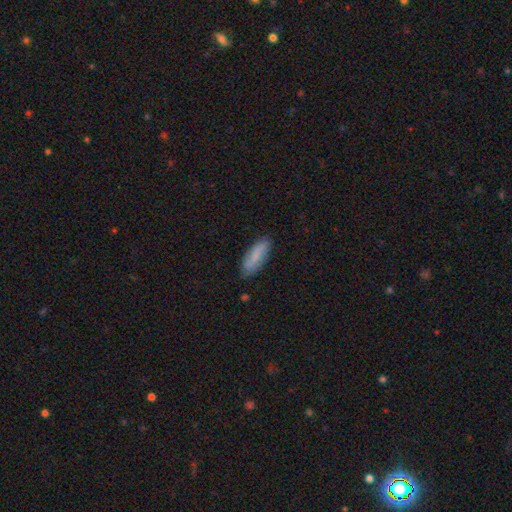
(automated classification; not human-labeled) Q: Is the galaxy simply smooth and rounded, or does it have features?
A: smooth — 73%.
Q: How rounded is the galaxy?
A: in between — 59%.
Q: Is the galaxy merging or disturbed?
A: none — 80%.